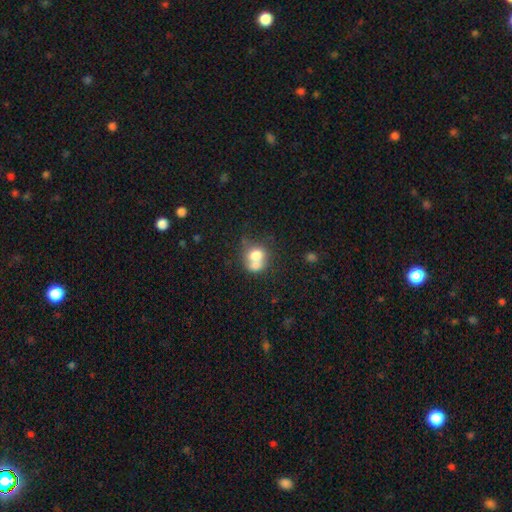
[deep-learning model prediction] This appears to be a smooth galaxy with no disk features (69%) that is round (60%). Merging: merger (58%).